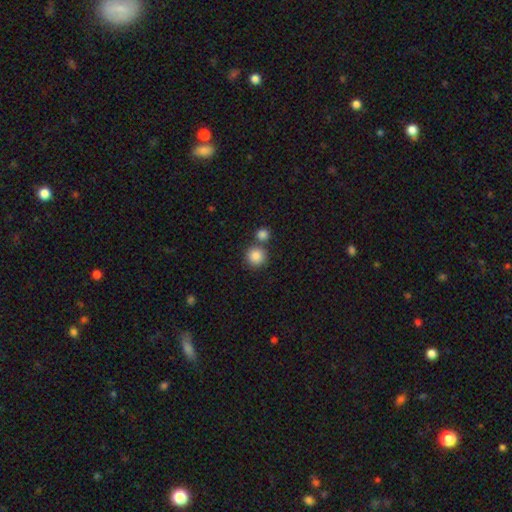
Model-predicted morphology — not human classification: Smooth or featured? smooth (87%)
How rounded? round (93%)
Merging? none (64%)